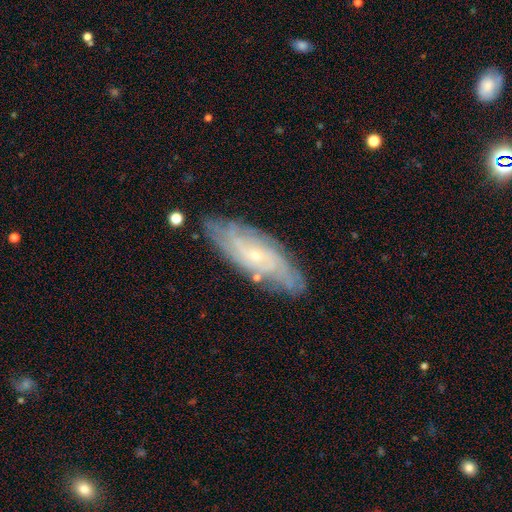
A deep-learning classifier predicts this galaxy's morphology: Smooth or featured?
  - featured or disk: 76% *
  - smooth: 17%
  - star or artifact: 7%
Edge-on disk?
  - no: 84% *
  - yes: 16%
Bar?
  - no: 71% *
  - weak: 24%
  - strong: 5%
Spiral arms?
  - yes: 90% *
  - no: 10%
Spiral winding?
  - tight: 64% *
  - medium: 27%
  - loose: 9%
Spiral arm count?
  - can't tell: 52% *
  - 4: 13%
  - 2: 13%
  - 3: 10%
  - more than 4: 8%
  - 1: 4%
Bulge size?
  - small: 83% *
  - moderate: 13%
  - none: 2%
  - large: 1%
  - dominant: 1%
Merging?
  - none: 79% *
  - minor disturbance: 15%
  - major disturbance: 3%
  - merger: 2%